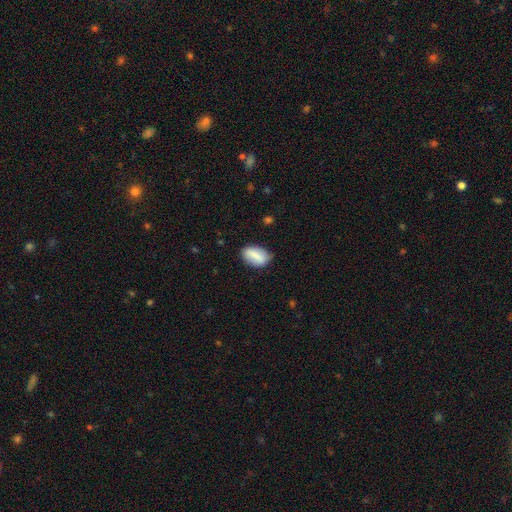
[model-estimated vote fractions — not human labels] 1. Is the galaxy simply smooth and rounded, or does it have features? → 76% smooth, 17% featured or disk, 7% star or artifact.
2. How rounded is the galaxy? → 88% in between, 8% round, 4% cigar-shaped.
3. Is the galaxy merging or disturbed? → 79% none, 15% minor disturbance, 4% major disturbance, 2% merger.